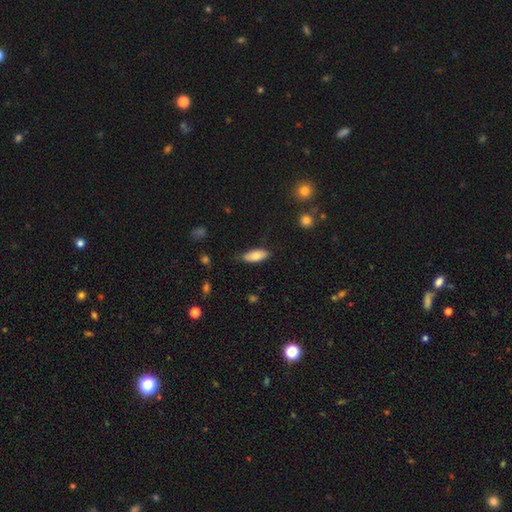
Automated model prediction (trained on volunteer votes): Overall: smooth (79%). How rounded: in between (83%). Merging: none (76%).